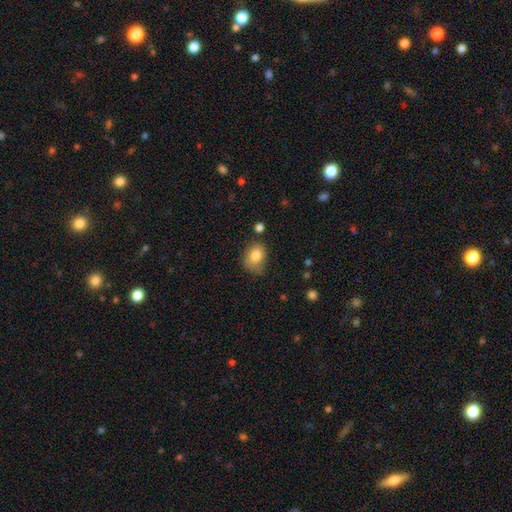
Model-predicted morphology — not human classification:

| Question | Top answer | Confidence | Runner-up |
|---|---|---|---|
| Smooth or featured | smooth | 80% | featured or disk (10%) |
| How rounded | in between | 58% | round (41%) |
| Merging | none | 64% | minor disturbance (26%) |